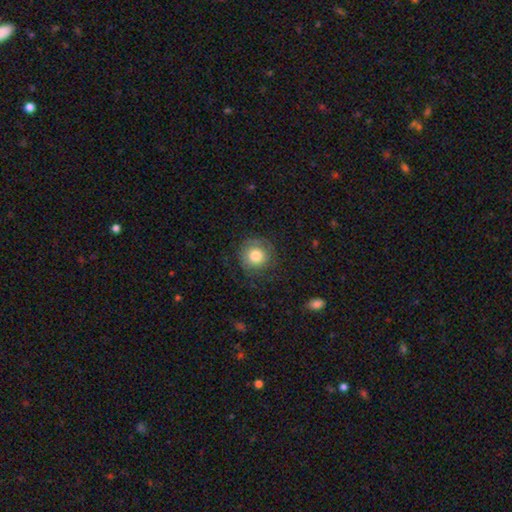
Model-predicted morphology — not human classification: A smooth galaxy with no disk features (71%) that is round (94%).

Vote fractions:
- Smooth or featured? smooth: 71% / featured or disk: 21% / star or artifact: 9%
- How rounded? round: 94% / in between: 5% / cigar-shaped: 1%
- Merging? none: 74% / minor disturbance: 15% / major disturbance: 9% / merger: 1%